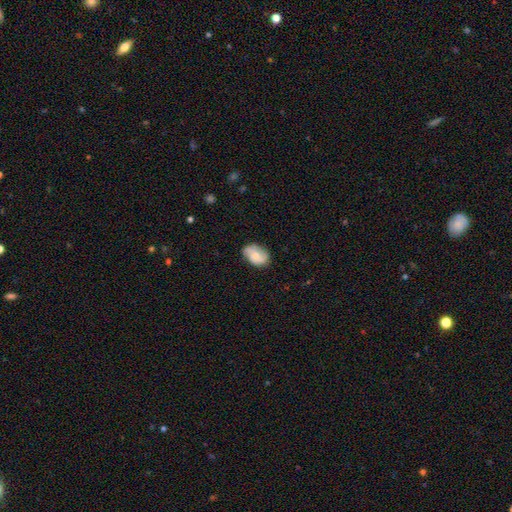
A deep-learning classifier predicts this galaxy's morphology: smooth 52%, featured or disk 41%, star or artifact 7%. Down the decision tree: how rounded — in between (79%); merging — none (67%).